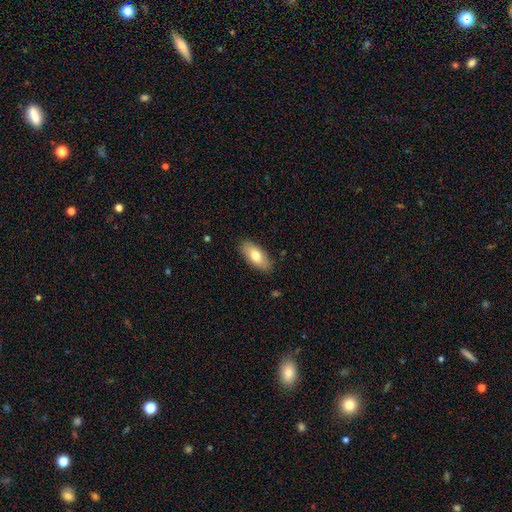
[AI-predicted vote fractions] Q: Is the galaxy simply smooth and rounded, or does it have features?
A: smooth — 75%.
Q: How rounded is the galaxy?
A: in between — 89%.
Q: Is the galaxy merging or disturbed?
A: none — 87%.